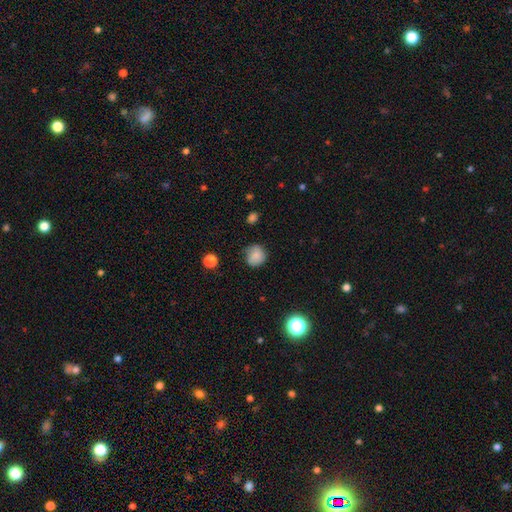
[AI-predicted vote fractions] This is likely a smooth galaxy (80%). How rounded: clearly round (86%). Merging: likely none (73%).